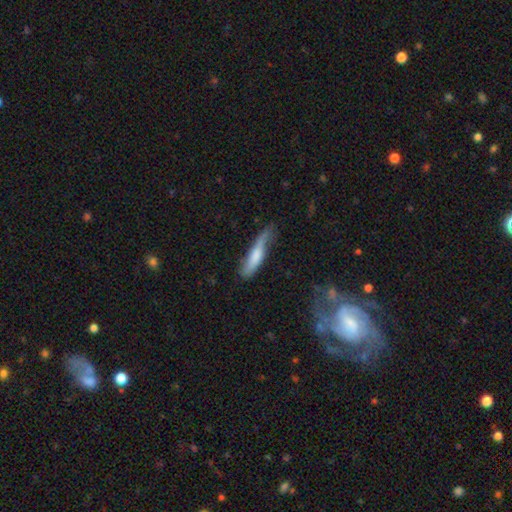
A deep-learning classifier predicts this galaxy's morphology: The model was most divided on "merging": none: 47%, minor disturbance: 35%, major disturbance: 14%, merger: 3%. More confident: how rounded — cigar-shaped (80%); smooth or featured — smooth (62%).